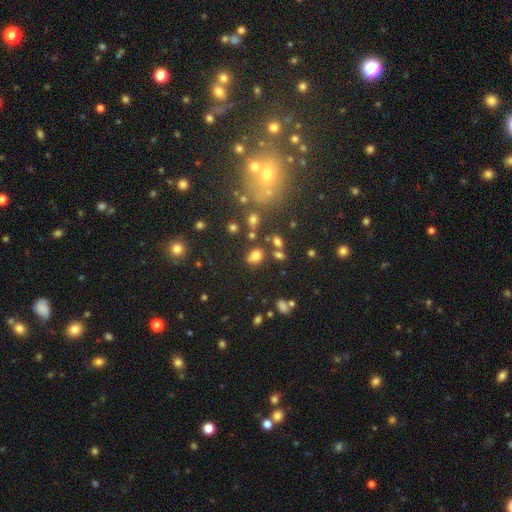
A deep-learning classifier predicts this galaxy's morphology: Smooth or featured? smooth (72%)
How rounded? in between (53%)
Merging? none (65%)